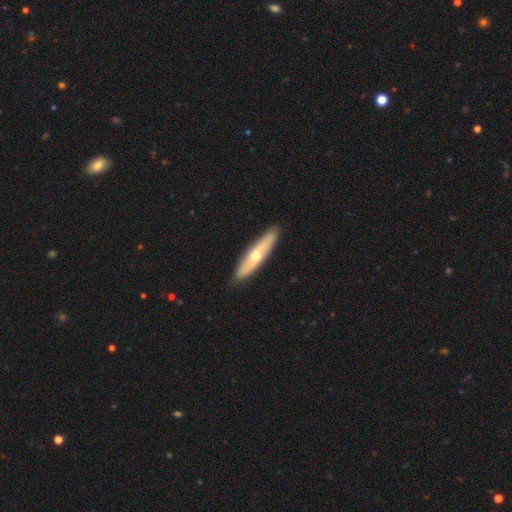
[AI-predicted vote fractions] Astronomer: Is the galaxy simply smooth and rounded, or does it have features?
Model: featured or disk — 50% (runner-up: smooth, 45%).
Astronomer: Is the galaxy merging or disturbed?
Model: none — 90%.